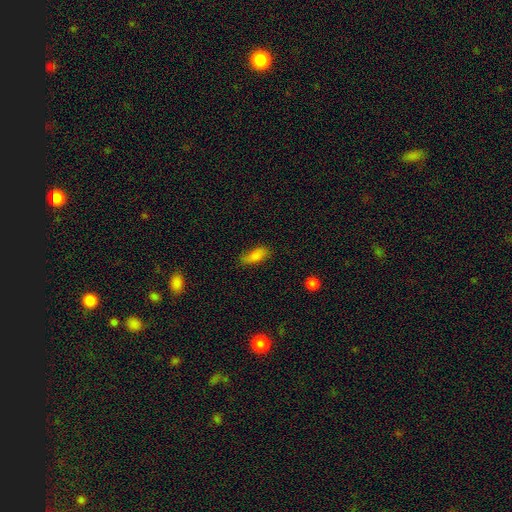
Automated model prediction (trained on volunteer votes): smooth-or-featured: smooth: 83% | star or artifact: 9% | featured or disk: 8%
  how-rounded: in between: 80% | cigar-shaped: 18% | round: 2%
  merging: none: 73% | minor disturbance: 20% | major disturbance: 4% | merger: 2%